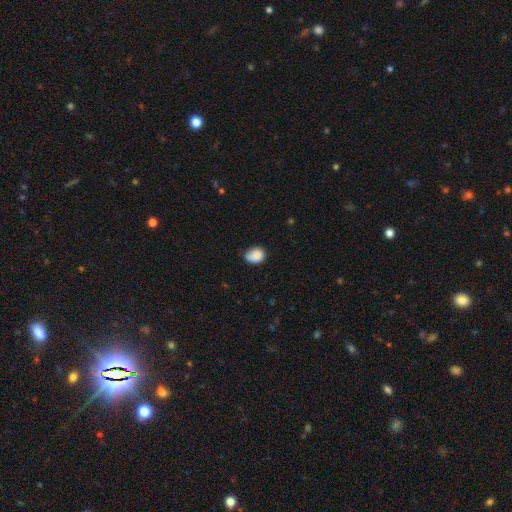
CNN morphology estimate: smooth 87%, star or artifact 8%, featured or disk 5%. Down the decision tree: how rounded — in between (54%); merging — none (58%).